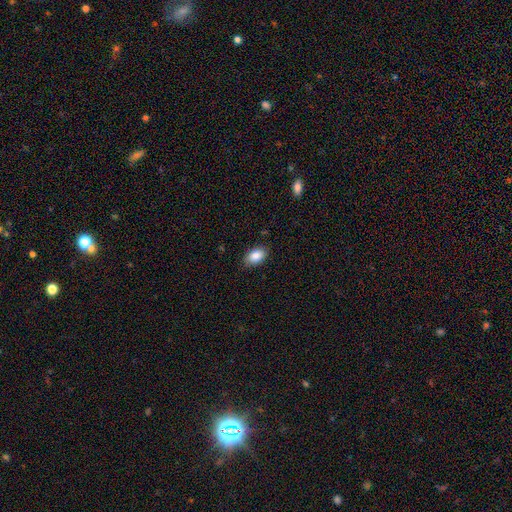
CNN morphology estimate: This is clearly a smooth galaxy (87%). How rounded: clearly in between (91%). Merging: clearly none (84%).